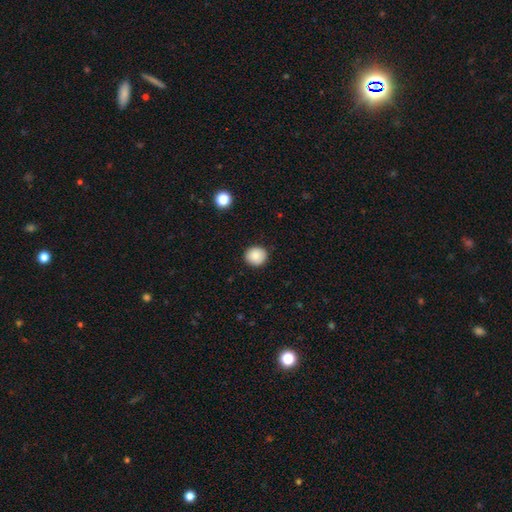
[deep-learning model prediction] Smooth or featured: smooth — 87% (star or artifact — 9%)
How rounded: round — 88% (in between — 11%)
Merging: none — 90% (minor disturbance — 7%)